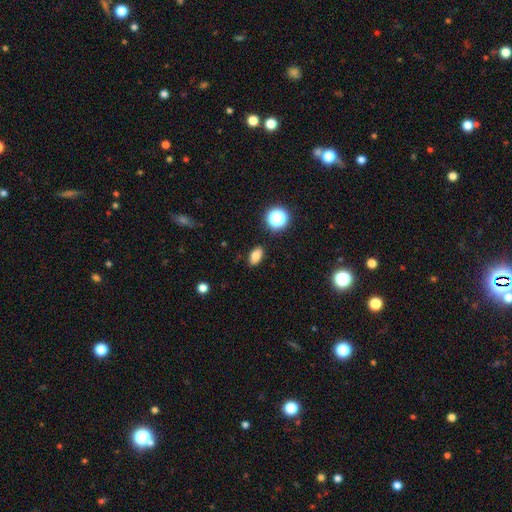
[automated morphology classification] This is likely a smooth galaxy (80%). How rounded: clearly in between (86%). Merging: clearly none (88%).